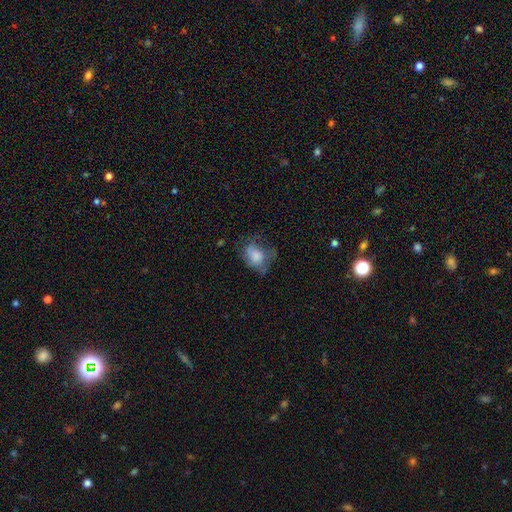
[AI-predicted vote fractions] The model was most divided on "merging": none: 35%, major disturbance: 32%, minor disturbance: 30%, merger: 3%. More confident: smooth or featured — smooth (69%); how rounded — in between (66%).